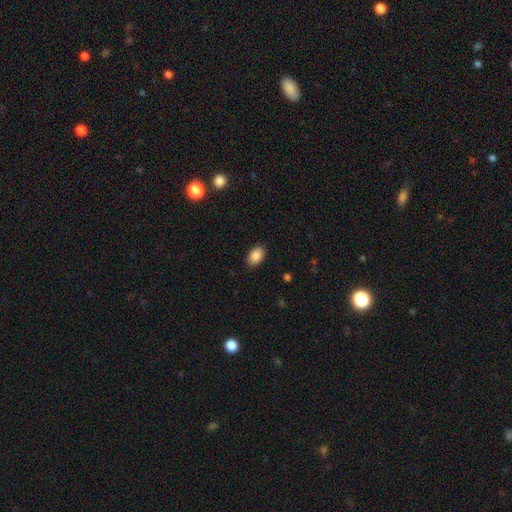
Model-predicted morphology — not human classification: Overall: smooth (88%). How rounded: in between (89%). Merging: none (89%).